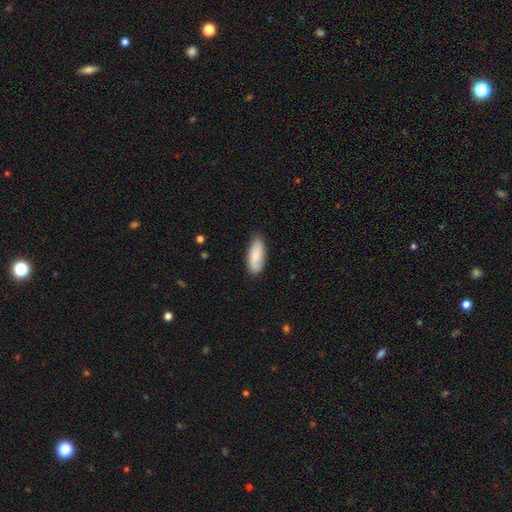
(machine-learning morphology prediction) This is clearly a smooth galaxy (81%). How rounded: likely in between (78%). Merging: likely none (79%).